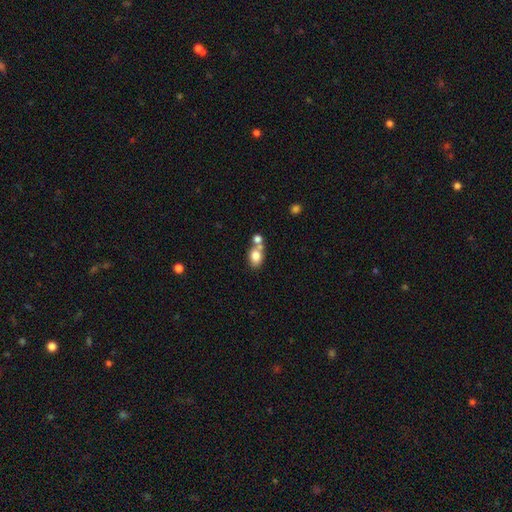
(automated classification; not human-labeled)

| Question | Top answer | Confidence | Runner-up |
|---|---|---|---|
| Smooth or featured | smooth | 78% | featured or disk (12%) |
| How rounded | in between | 69% | round (30%) |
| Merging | none | 45% | merger (40%) |